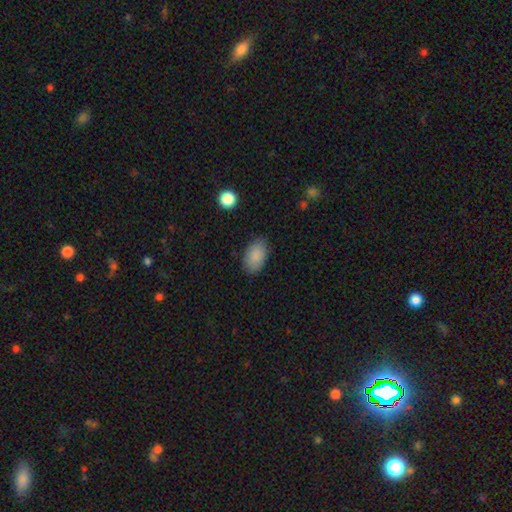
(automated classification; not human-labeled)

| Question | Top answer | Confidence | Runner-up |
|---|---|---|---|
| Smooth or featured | smooth | 88% | star or artifact (7%) |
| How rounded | in between | 93% | round (6%) |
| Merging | none | 83% | minor disturbance (13%) |